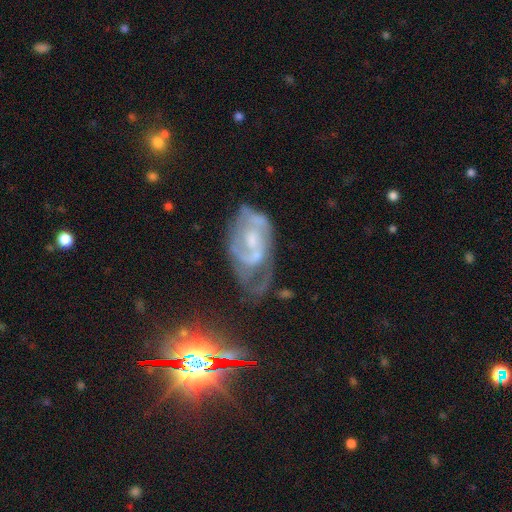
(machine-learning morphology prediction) Smooth or featured: featured or disk — 74% (smooth — 19%)
Edge-on disk: no — 96% (yes — 4%)
Bar: no — 57% (weak — 34%)
Spiral arms: yes — 69% (no — 31%)
Bulge size: moderate — 41% (small — 35%)
Merging: none — 35% (major disturbance — 31%)